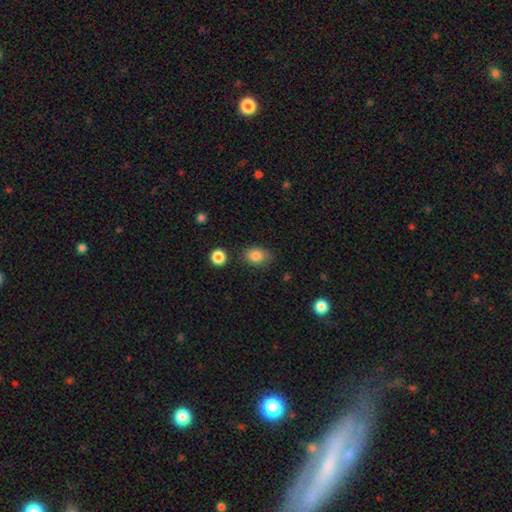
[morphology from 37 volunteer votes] smooth_or_featured: smooth (p=0.89) [alt: featured or disk p=0.05]
how_rounded: round (p=0.58) [alt: in between p=0.42]
merging: none (p=0.60) [alt: minor disturbance p=0.26]